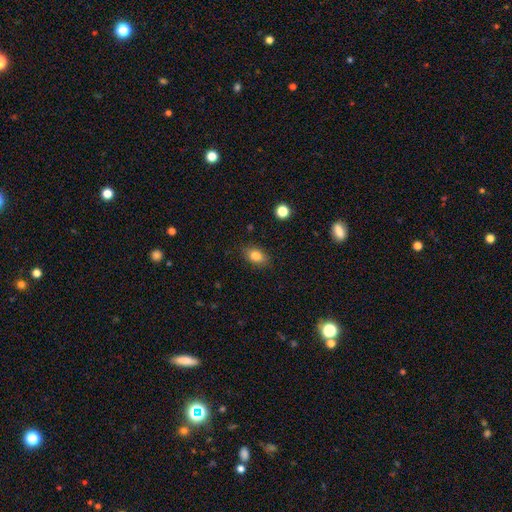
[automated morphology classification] Smooth or featured?
  - smooth: 83% *
  - star or artifact: 10%
  - featured or disk: 7%
How rounded?
  - in between: 81% *
  - round: 17%
  - cigar-shaped: 2%
Merging?
  - none: 84% *
  - minor disturbance: 12%
  - major disturbance: 3%
  - merger: 1%